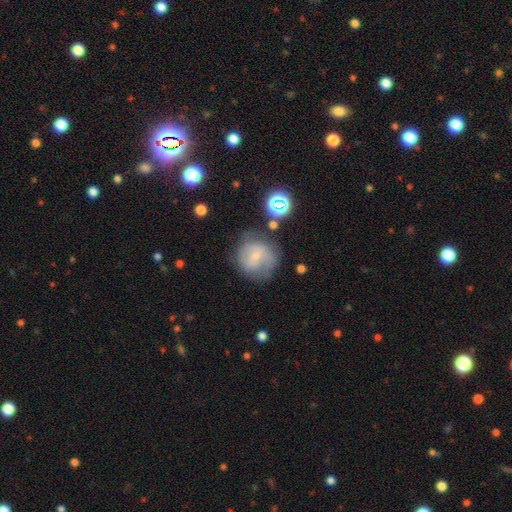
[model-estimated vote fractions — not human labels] smooth 46%, featured or disk 42%, star or artifact 12%. Down the decision tree: merging — none (56%).